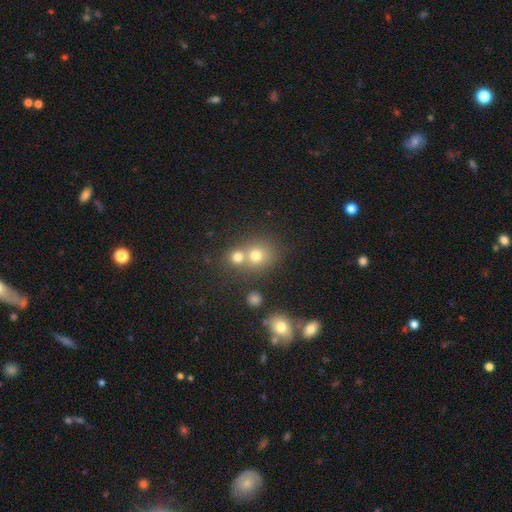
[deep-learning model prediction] The model was most divided on "merging": merger: 46%, none: 44%, minor disturbance: 7%, major disturbance: 3%. More confident: how rounded — round (79%); smooth or featured — smooth (71%).